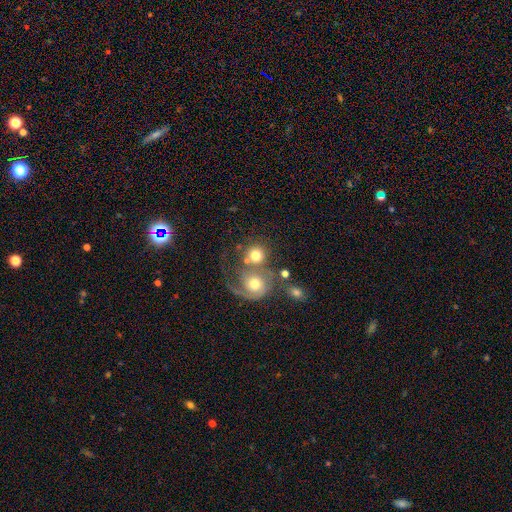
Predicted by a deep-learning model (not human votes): Morphology: type=smooth (60%); roundness=round (84%); merging=merger (47%).